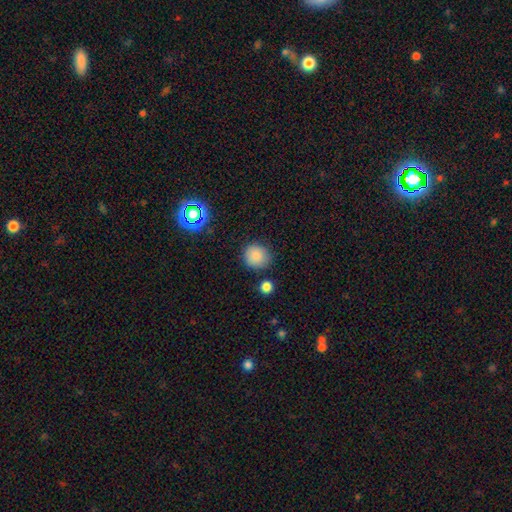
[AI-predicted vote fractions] Smooth or featured: smooth — 83% (star or artifact — 11%)
How rounded: round — 90% (in between — 9%)
Merging: none — 83% (minor disturbance — 10%)